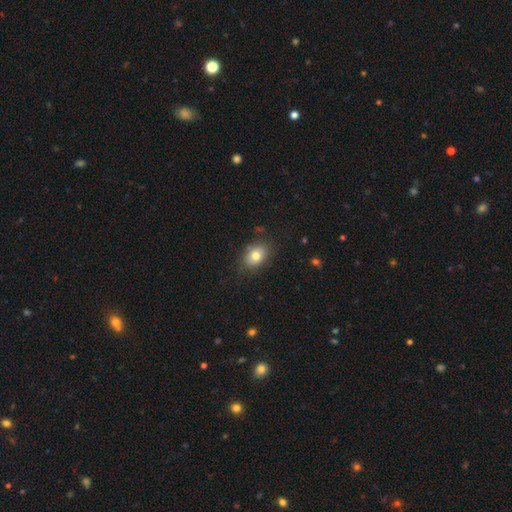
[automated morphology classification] Q: Smooth or featured?
A: smooth (78%); runner-up: featured or disk (12%)
Q: How rounded?
A: in between (72%); runner-up: round (27%)
Q: Merging?
A: none (80%); runner-up: minor disturbance (15%)